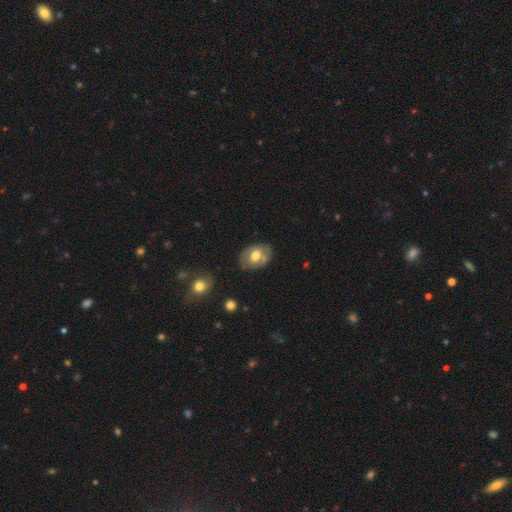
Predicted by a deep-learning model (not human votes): This appears to be a smooth galaxy with no disk features (58%) that is in between round and cigar-shaped (73%). Merging: none (68%).